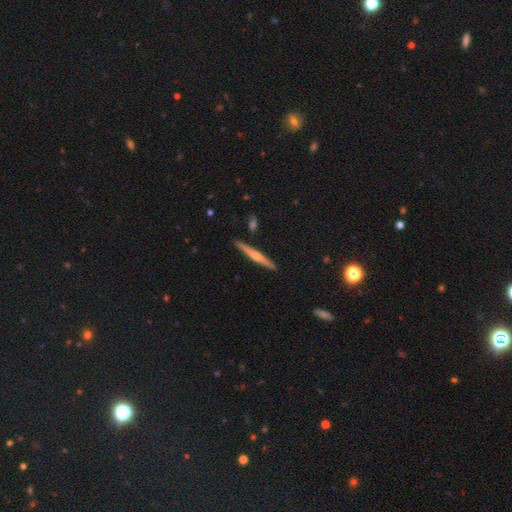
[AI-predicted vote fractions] Smooth or featured? Predicted: featured or disk (p=0.61). Edge-on disk? Predicted: yes (p=0.98). Edge-on bulge? Predicted: rounded (p=0.71). Merging? Predicted: none (p=0.89).